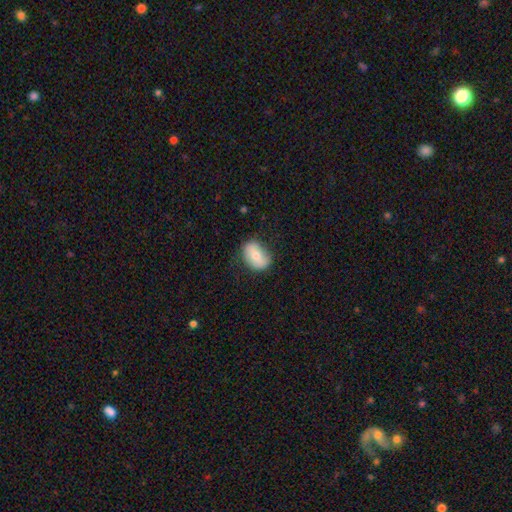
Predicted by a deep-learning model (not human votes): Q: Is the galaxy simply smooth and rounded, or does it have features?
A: smooth — 63%.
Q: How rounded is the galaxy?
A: in between — 76%.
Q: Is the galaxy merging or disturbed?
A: none — 72%.